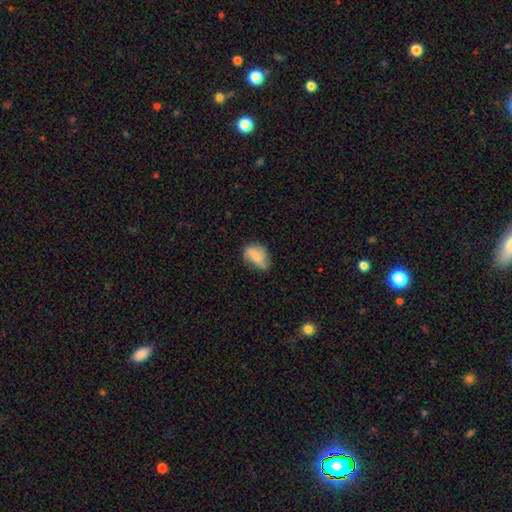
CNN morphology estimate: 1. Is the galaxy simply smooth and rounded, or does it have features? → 56% smooth, 35% featured or disk, 9% star or artifact.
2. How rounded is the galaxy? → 76% in between, 22% round, 2% cigar-shaped.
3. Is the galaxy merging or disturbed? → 50% none, 32% minor disturbance, 15% major disturbance, 2% merger.